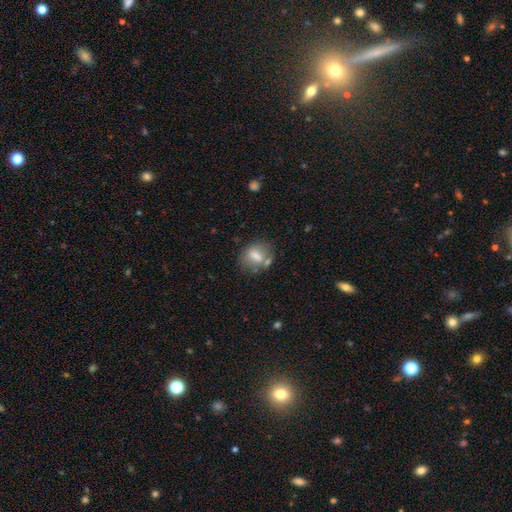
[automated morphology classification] Smooth or featured? Predicted: smooth (p=0.68). How rounded? Predicted: in between (p=0.49, tied with round). Merging? Predicted: none (p=0.59).